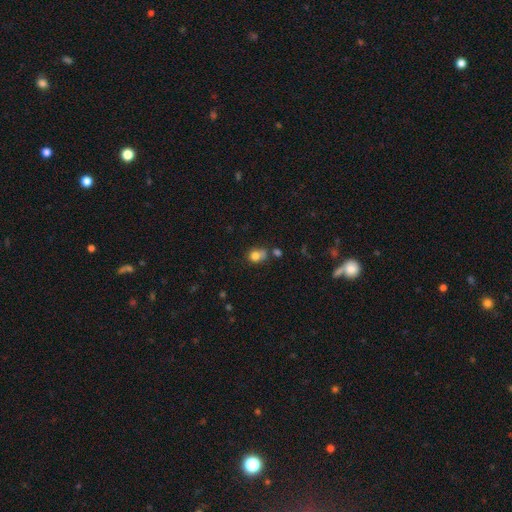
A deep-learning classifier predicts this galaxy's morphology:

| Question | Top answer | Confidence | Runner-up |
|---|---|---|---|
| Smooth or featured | smooth | 79% | star or artifact (11%) |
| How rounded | round | 55% | in between (44%) |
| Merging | none | 44% | minor disturbance (24%) |